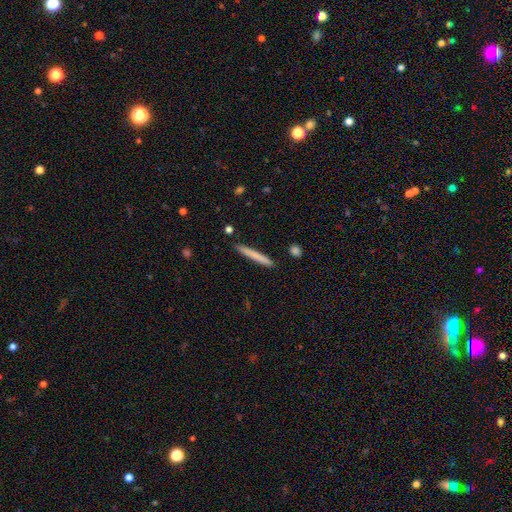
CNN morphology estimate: smooth-or-featured: smooth: 74% | featured or disk: 21% | star or artifact: 6%
  how-rounded: cigar-shaped: 97% | in between: 2% | round: 1%
  merging: none: 91% | minor disturbance: 7% | merger: 2% | major disturbance: 1%